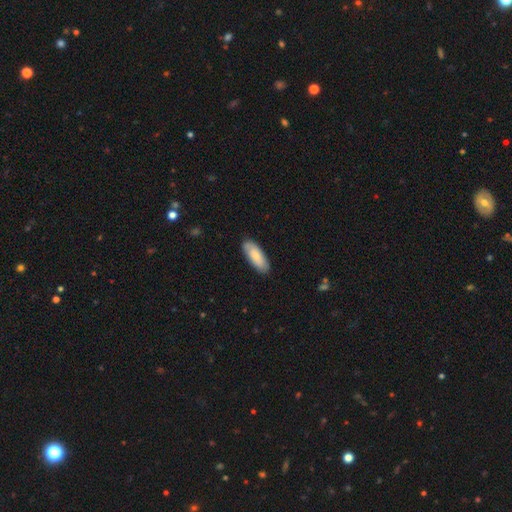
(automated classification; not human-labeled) A smooth galaxy with no disk features (76%) that is in between round and cigar-shaped (73%). Merging: none (84%).